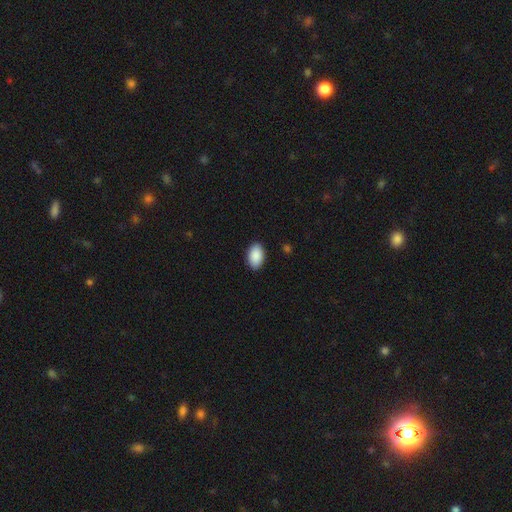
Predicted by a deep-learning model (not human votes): Overall: smooth (90%). How rounded: in between (93%). Merging: none (89%).